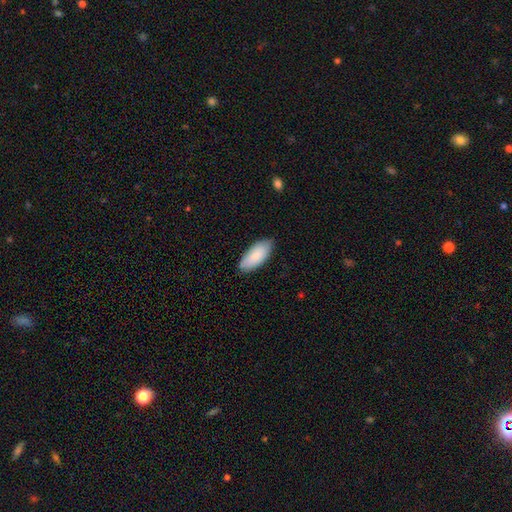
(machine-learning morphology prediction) smooth 87%, featured or disk 8%, star or artifact 5%. Down the decision tree: how rounded — in between (89%); merging — none (84%).